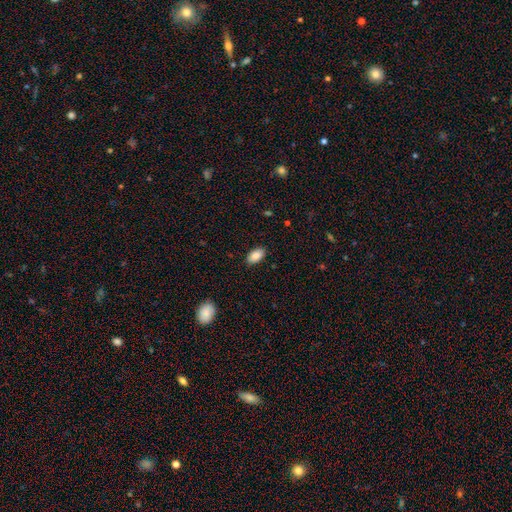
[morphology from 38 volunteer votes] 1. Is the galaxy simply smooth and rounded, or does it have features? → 89% smooth, 11% featured or disk, 0% star or artifact.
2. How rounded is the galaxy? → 88% in between, 12% round, 0% cigar-shaped.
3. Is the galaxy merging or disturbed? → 82% none, 18% minor disturbance, 0% major disturbance, 0% merger.